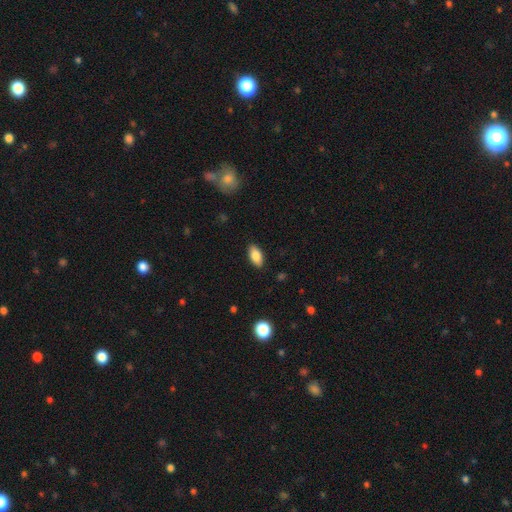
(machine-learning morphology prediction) Smooth or featured? smooth (85%)
How rounded? in between (92%)
Merging? none (88%)